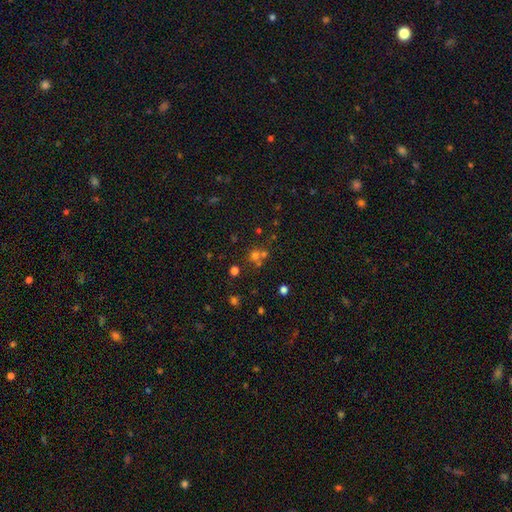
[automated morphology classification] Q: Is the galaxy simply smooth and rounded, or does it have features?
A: smooth — 53%.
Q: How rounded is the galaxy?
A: round — 86%.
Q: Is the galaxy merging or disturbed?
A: none — 54%.